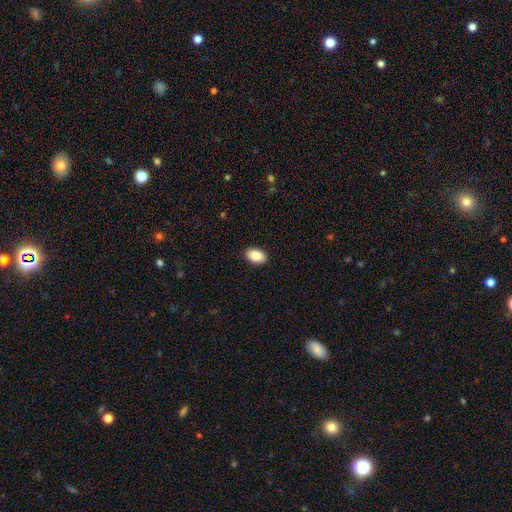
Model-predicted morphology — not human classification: type=smooth (85%); roundness=in between (88%); merging=none (91%).